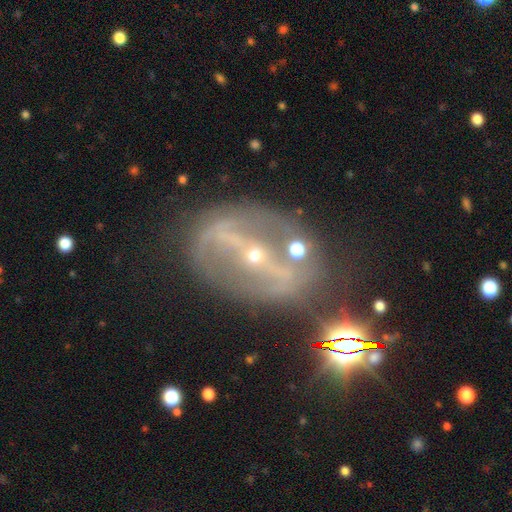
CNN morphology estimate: smooth_or_featured: featured or disk (p=0.80) [alt: star or artifact p=0.10]
disk_edge_on: no (p=0.88) [alt: yes p=0.12]
bar: strong (p=0.76) [alt: weak p=0.15]
has_spiral_arms: yes (p=0.53) [alt: no p=0.47]
bulge_size: small (p=0.76) [alt: moderate p=0.20]
merging: none (p=0.67) [alt: minor disturbance p=0.17]